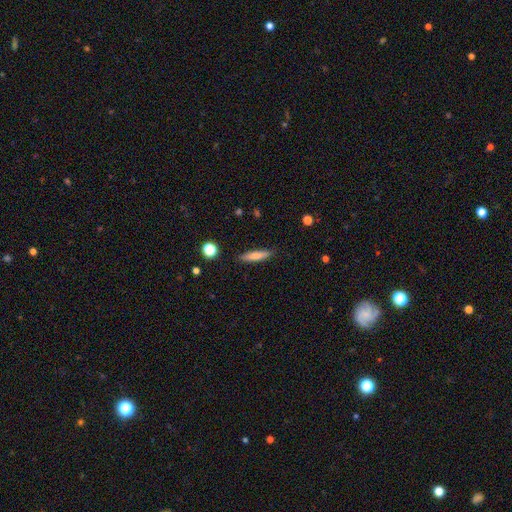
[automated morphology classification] The model was most divided on "smooth or featured": smooth: 72%, featured or disk: 21%, star or artifact: 7%. More confident: merging — none (87%); how rounded — cigar-shaped (82%).